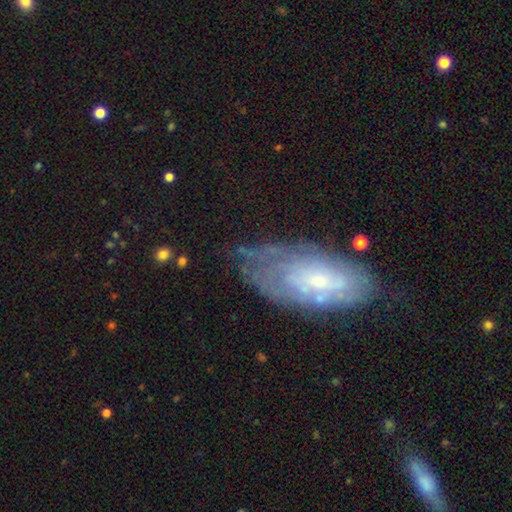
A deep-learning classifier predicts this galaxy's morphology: Overall: featured or disk (63%; smooth 28%). Edge-on disk: no (89%). Bar: no (75%). Spiral arms: yes (66%; no 34%). Bulge size: small (63%; moderate 28%). Merging: none (58%; minor disturbance 26%).